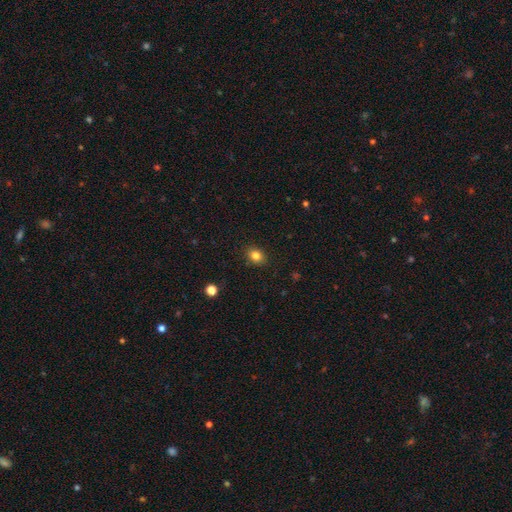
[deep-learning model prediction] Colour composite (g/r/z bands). It shows a smooth galaxy with no disk features (83%) that is round (51%). Merging: none (88%).